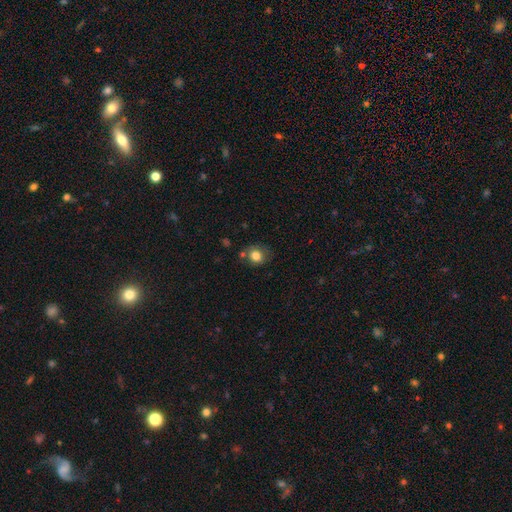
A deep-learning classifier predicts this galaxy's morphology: Q: Smooth or featured?
A: smooth (81%); runner-up: star or artifact (10%)
Q: How rounded?
A: round (72%); runner-up: in between (27%)
Q: Merging?
A: none (69%); runner-up: minor disturbance (19%)